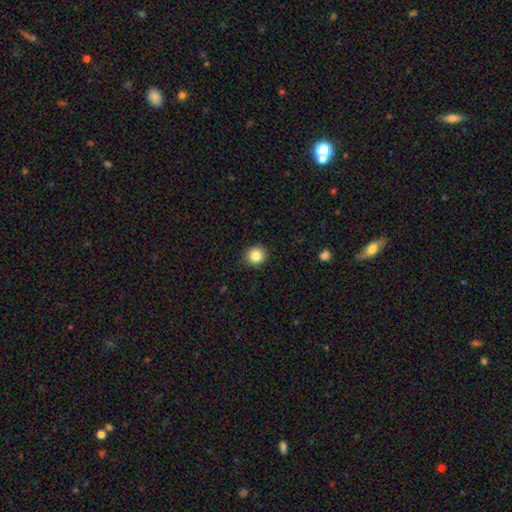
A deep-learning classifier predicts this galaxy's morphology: Smooth or featured: smooth — 85% (star or artifact — 10%)
How rounded: round — 90% (in between — 9%)
Merging: none — 91% (minor disturbance — 6%)